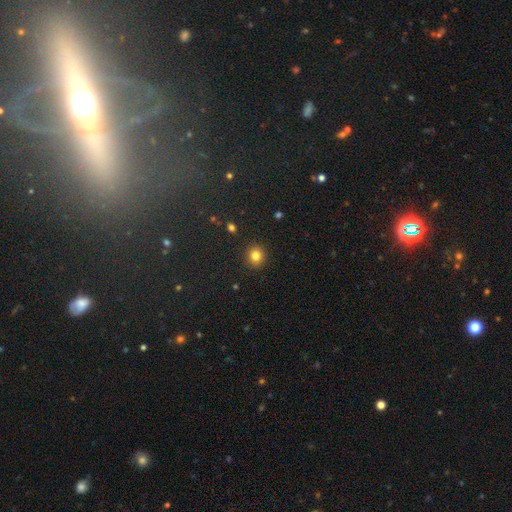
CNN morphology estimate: A smooth galaxy with no disk features (82%) that is round (88%).

Vote fractions:
- Smooth or featured? smooth: 82% / star or artifact: 12% / featured or disk: 5%
- How rounded? round: 88% / in between: 11% / cigar-shaped: 1%
- Merging? none: 91% / minor disturbance: 6% / major disturbance: 2% / merger: 1%